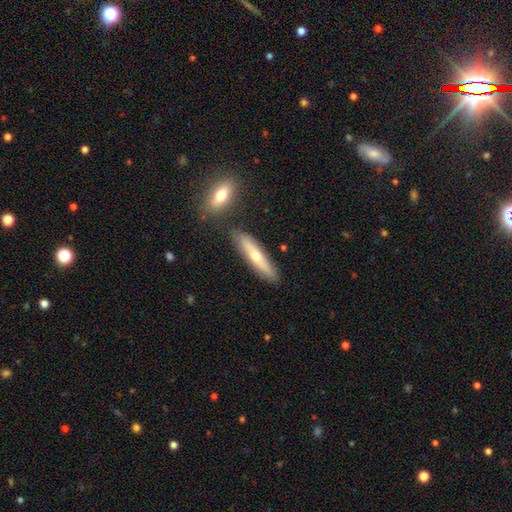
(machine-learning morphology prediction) Smooth or featured? smooth (52%)
How rounded? cigar-shaped (85%)
Merging? none (79%)